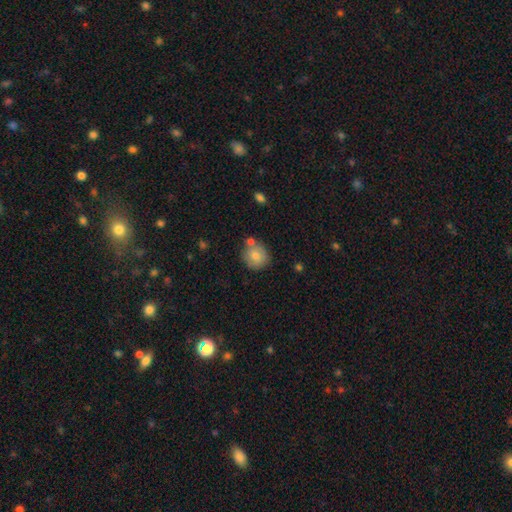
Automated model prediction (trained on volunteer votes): smooth 78%, featured or disk 14%, star or artifact 9%. Down the decision tree: how rounded — round (87%); merging — none (68%).